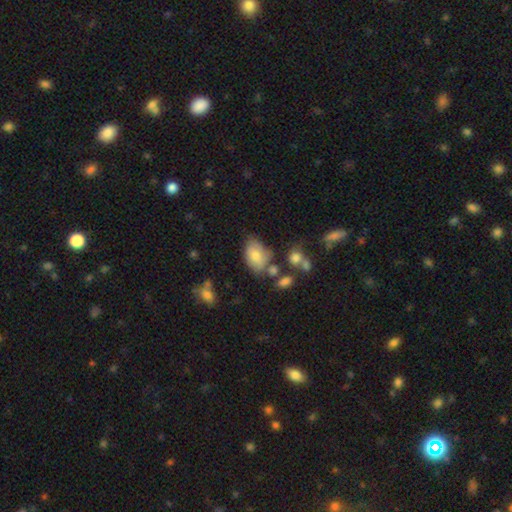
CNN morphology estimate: type=smooth (74%); roundness=in between (88%); merging=none (51%).